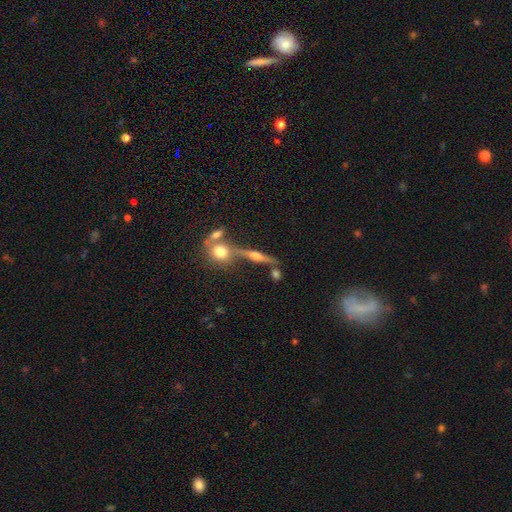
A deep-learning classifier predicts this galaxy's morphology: A featured or disk galaxy (69%) viewed edge-on (93%) with a rounded central bulge (89%). Merging: none (66%).